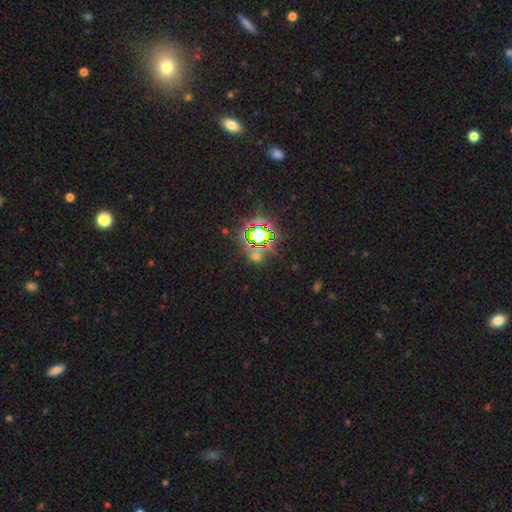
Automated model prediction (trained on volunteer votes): Smooth or featured?
  - star or artifact: 77% *
  - smooth: 15%
  - featured or disk: 8%